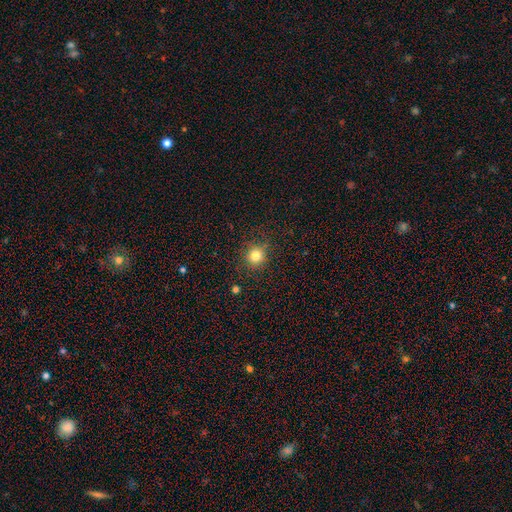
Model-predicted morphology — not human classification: This appears to be a smooth galaxy with no disk features (79%) that is round (93%). Merging: none (87%).